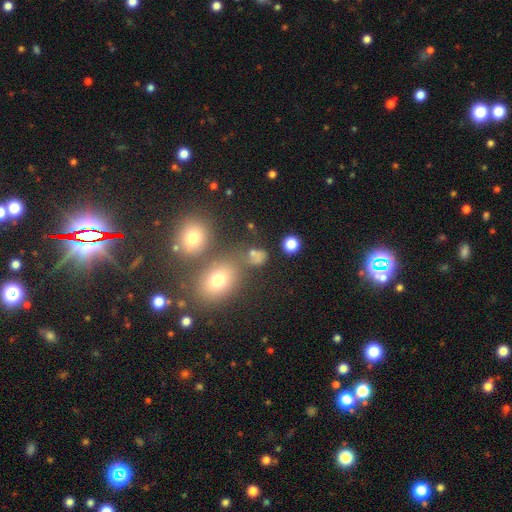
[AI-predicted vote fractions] Overall: smooth (67%). How rounded: round (57%; in between 41%). Merging: none (56%; merger 17%).